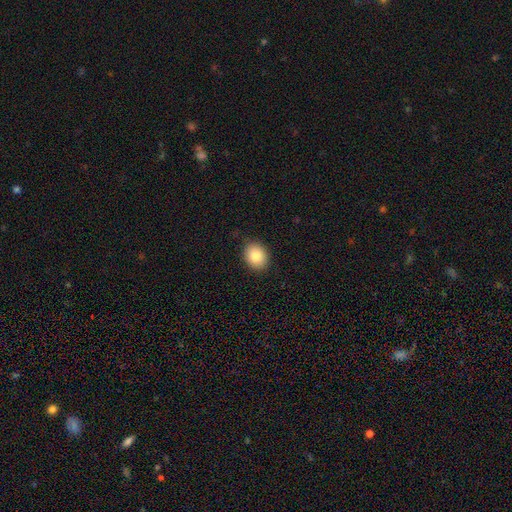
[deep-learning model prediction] A smooth galaxy with no disk features (83%) that is round (54%). Merging: none (87%).